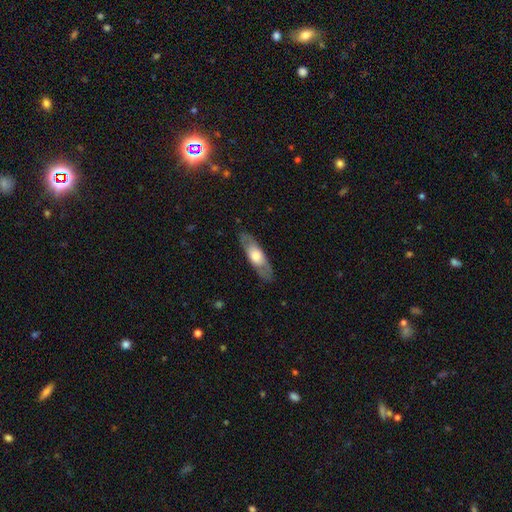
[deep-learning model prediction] smooth 50%, featured or disk 45%, star or artifact 5%. Down the decision tree: merging — none (83%).